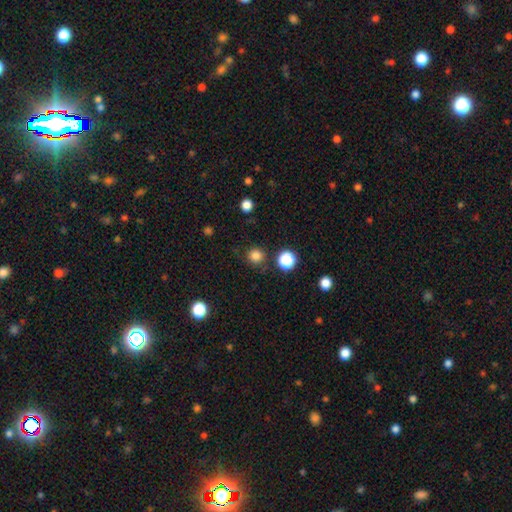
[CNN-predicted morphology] A smooth galaxy with no disk features (82%) that is round (94%).

Vote fractions:
- Smooth or featured? smooth: 82% / star or artifact: 14% / featured or disk: 4%
- How rounded? round: 94% / in between: 5% / cigar-shaped: 1%
- Merging? none: 86% / minor disturbance: 8% / major disturbance: 3% / merger: 3%